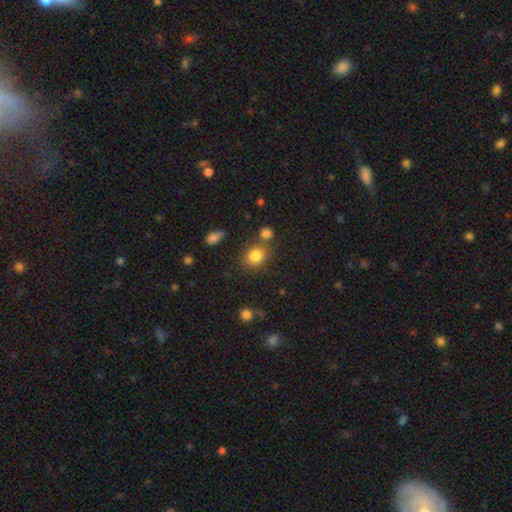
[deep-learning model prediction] Smooth or featured? Predicted: smooth (p=0.82). How rounded? Predicted: in between (p=0.51). Merging? Predicted: none (p=0.69).